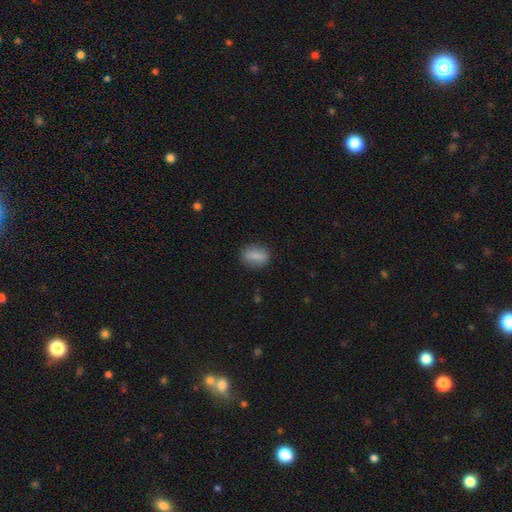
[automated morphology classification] Smooth or featured: smooth — 80% (featured or disk — 12%)
How rounded: in between — 72% (round — 20%)
Merging: none — 83% (minor disturbance — 12%)